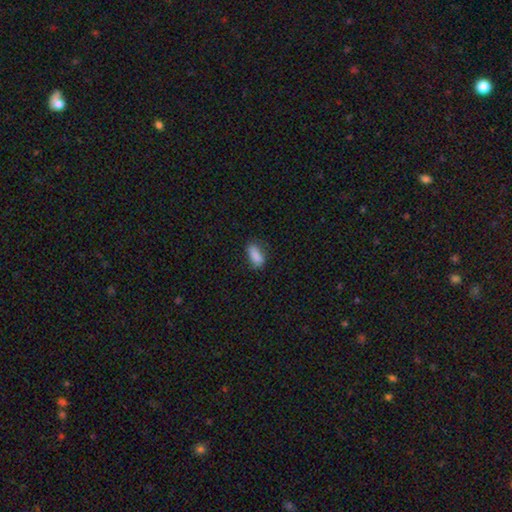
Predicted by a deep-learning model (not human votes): Q: Smooth or featured?
A: smooth (86%); runner-up: star or artifact (8%)
Q: How rounded?
A: in between (84%); runner-up: cigar-shaped (13%)
Q: Merging?
A: none (71%); runner-up: minor disturbance (22%)